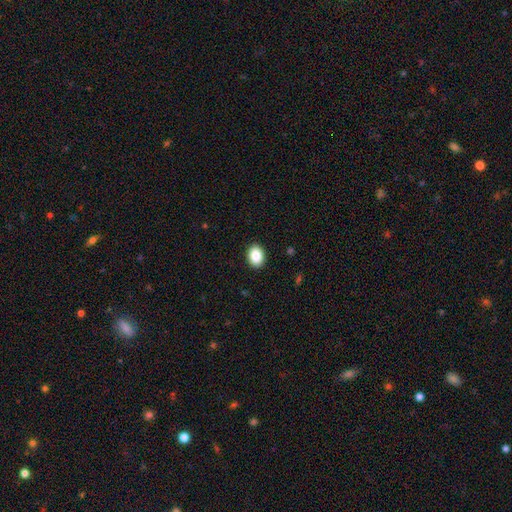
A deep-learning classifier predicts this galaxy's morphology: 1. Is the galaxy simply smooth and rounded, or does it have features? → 88% smooth, 8% star or artifact, 4% featured or disk.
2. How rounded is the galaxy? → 72% in between, 27% round, 1% cigar-shaped.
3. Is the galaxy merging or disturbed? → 91% none, 7% minor disturbance, 2% major disturbance, 1% merger.